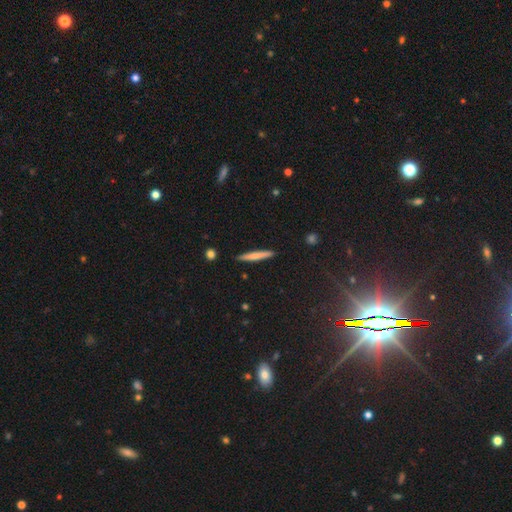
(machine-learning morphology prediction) A smooth galaxy with no disk features (64%) that is cigar-shaped (95%). Merging: none (90%).